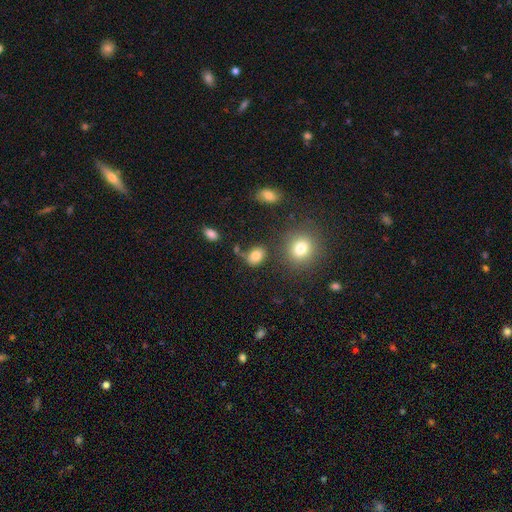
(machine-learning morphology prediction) A smooth galaxy with no disk features (82%) that is in between round and cigar-shaped (70%). Merging: none (68%).